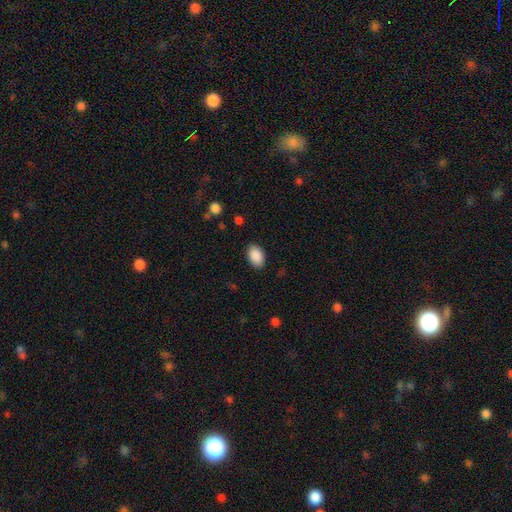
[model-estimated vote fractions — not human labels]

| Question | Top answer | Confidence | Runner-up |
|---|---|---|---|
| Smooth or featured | smooth | 90% | star or artifact (7%) |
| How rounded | in between | 90% | round (9%) |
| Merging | none | 88% | minor disturbance (9%) |